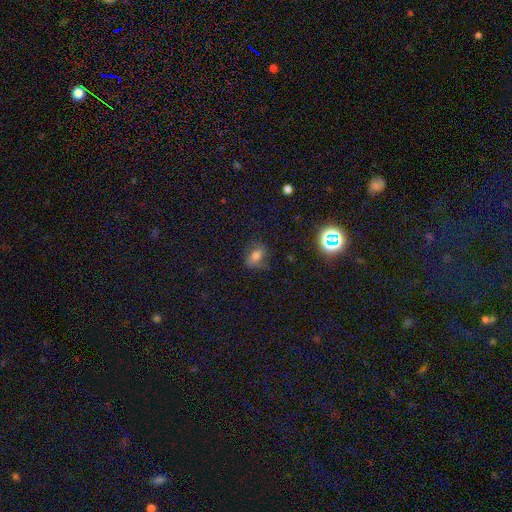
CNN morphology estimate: smooth 68%, star or artifact 16%, featured or disk 16%. Down the decision tree: how rounded — in between (78%); merging — none (73%).